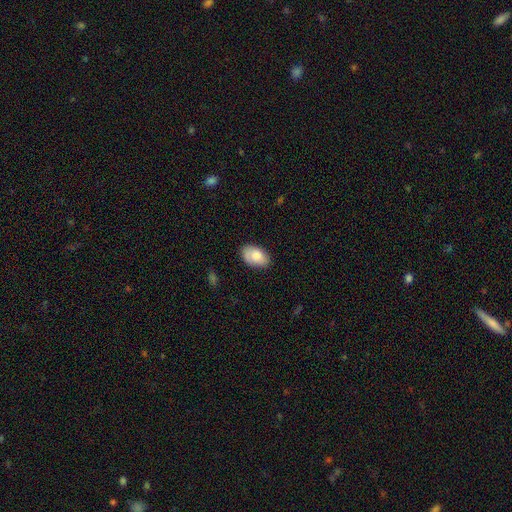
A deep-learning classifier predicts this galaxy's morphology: This appears to be a smooth galaxy with no disk features (82%) that is in between round and cigar-shaped (92%). Merging: none (80%).